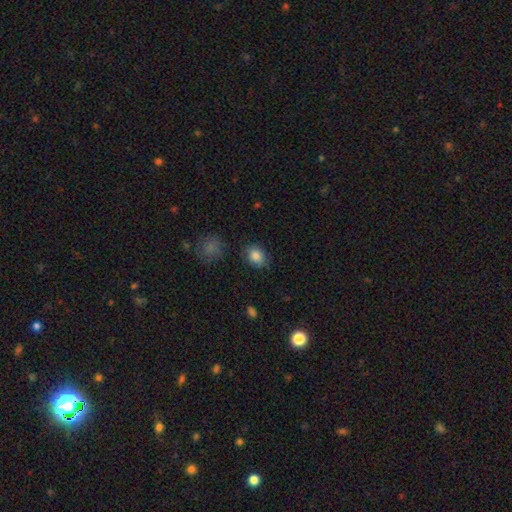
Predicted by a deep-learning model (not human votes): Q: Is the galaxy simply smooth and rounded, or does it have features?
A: smooth — 86%.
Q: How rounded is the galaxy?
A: in between — 54%.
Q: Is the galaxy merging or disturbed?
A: none — 82%.